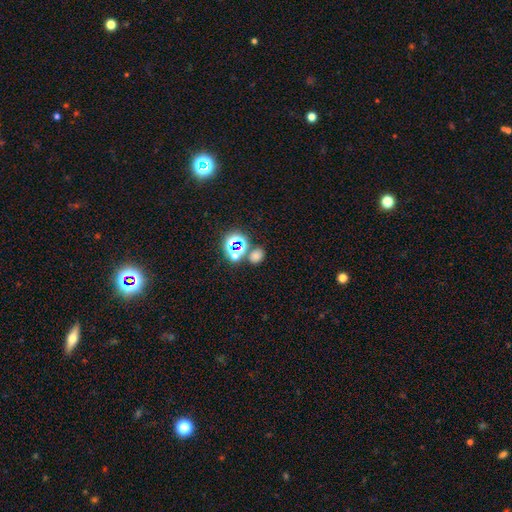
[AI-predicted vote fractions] This is possibly a smooth galaxy (60%). How rounded: possibly round (49%, tied with in between). Merging: likely none (69%).